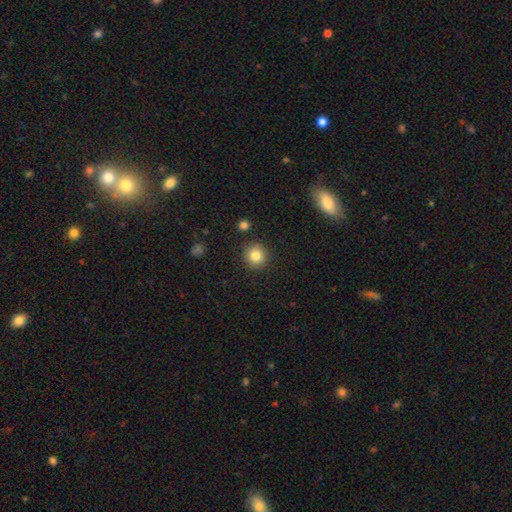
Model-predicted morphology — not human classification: This is clearly a smooth galaxy (82%). How rounded: clearly round (93%). Merging: clearly none (89%).